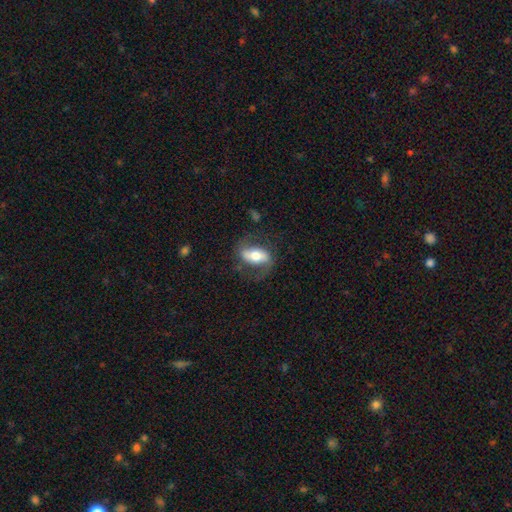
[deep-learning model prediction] Smooth or featured?
  - featured or disk: 63% *
  - smooth: 31%
  - star or artifact: 6%
Edge-on disk?
  - no: 86% *
  - yes: 14%
Bar?
  - strong: 53% *
  - weak: 25%
  - no: 22%
Spiral arms?
  - yes: 79% *
  - no: 21%
Bulge size?
  - moderate: 62% *
  - large: 22%
  - small: 12%
  - dominant: 3%
  - none: 1%
Merging?
  - none: 67% *
  - minor disturbance: 18%
  - major disturbance: 14%
  - merger: 2%